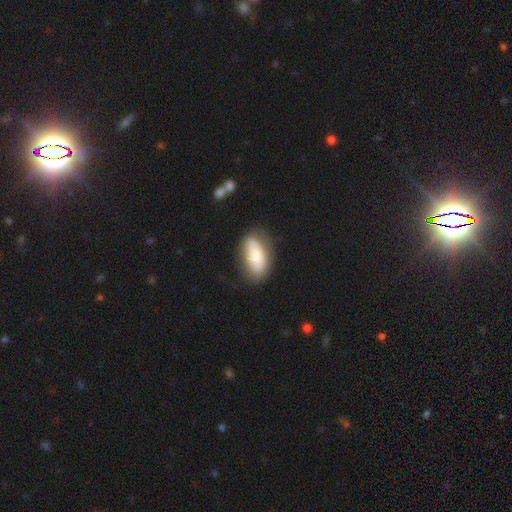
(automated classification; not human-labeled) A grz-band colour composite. It shows a smooth galaxy with no disk features (71%) that is in between round and cigar-shaped (89%). Merging: none (70%).